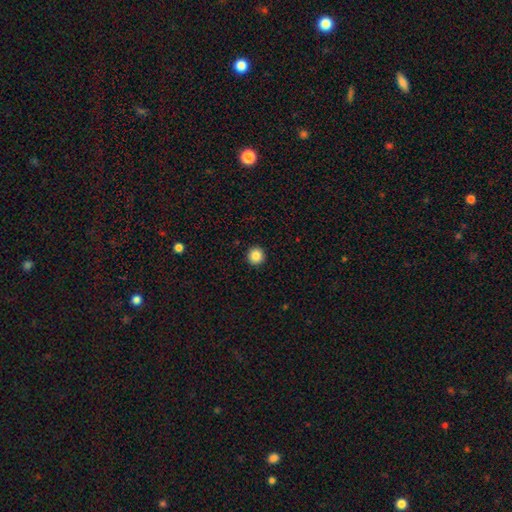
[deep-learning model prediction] This appears to be a smooth galaxy with no disk features (86%) that is round (96%). Merging: none (93%).